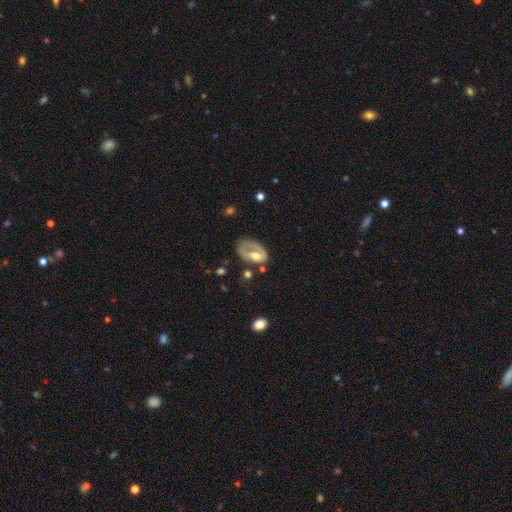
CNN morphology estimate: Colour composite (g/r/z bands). It shows a featured or disk galaxy (52%). Merging: major disturbance (39%).